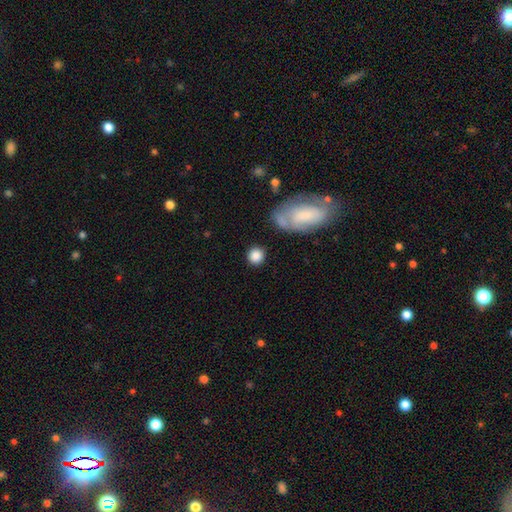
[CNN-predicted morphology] smooth 86%, star or artifact 8%, featured or disk 6%. Down the decision tree: how rounded — round (87%); merging — none (83%).